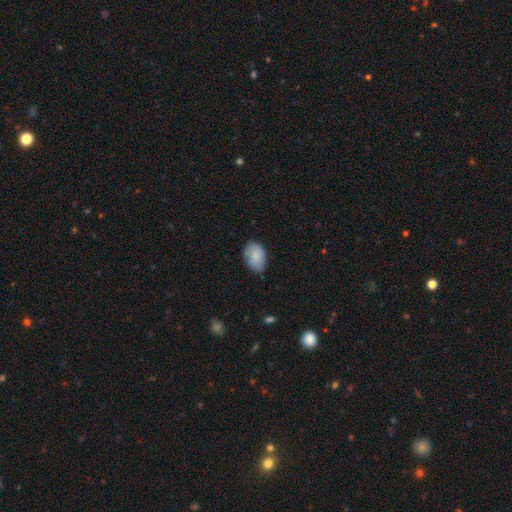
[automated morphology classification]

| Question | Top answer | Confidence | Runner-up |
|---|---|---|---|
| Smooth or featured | smooth | 77% | featured or disk (17%) |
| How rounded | in between | 85% | round (14%) |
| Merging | none | 63% | minor disturbance (30%) |